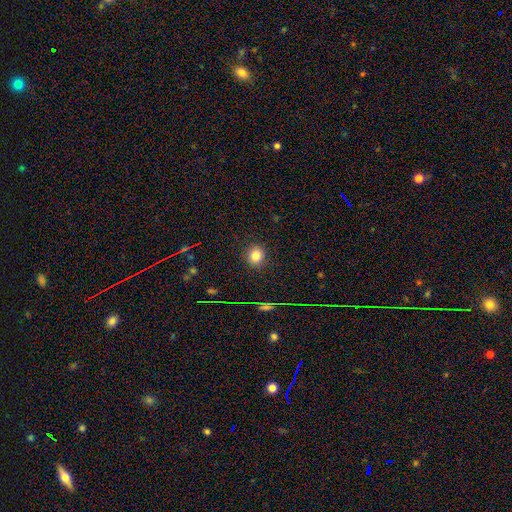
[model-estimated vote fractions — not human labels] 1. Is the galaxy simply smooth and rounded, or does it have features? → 81% smooth, 13% star or artifact, 6% featured or disk.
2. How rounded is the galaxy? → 77% round, 22% in between, 1% cigar-shaped.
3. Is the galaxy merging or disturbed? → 90% none, 7% minor disturbance, 2% major disturbance, 1% merger.